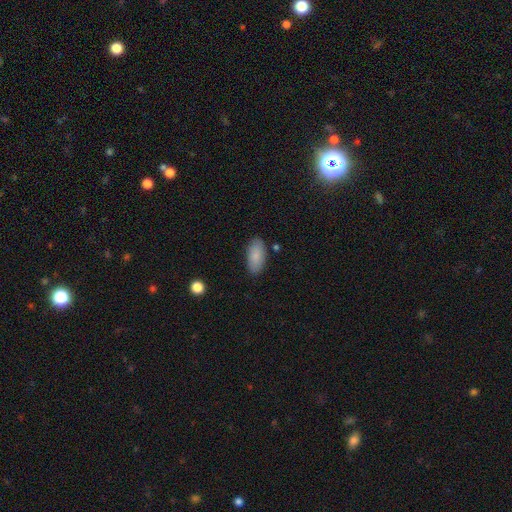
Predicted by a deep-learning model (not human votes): Morphology: type=smooth (85%); roundness=in between (91%); merging=none (84%).